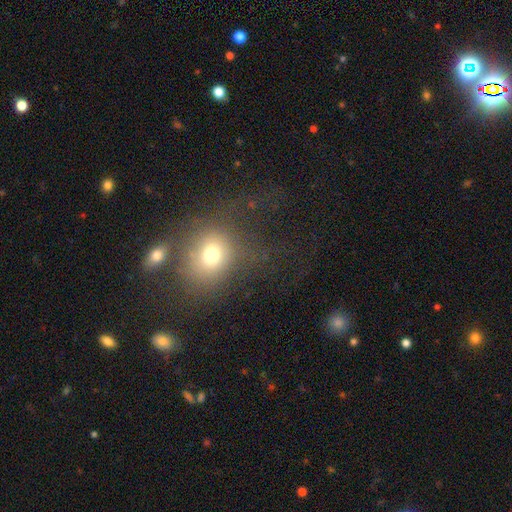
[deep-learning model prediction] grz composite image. It shows a smooth galaxy with no disk features (60%) that is round (66%). Merging: none (51%).